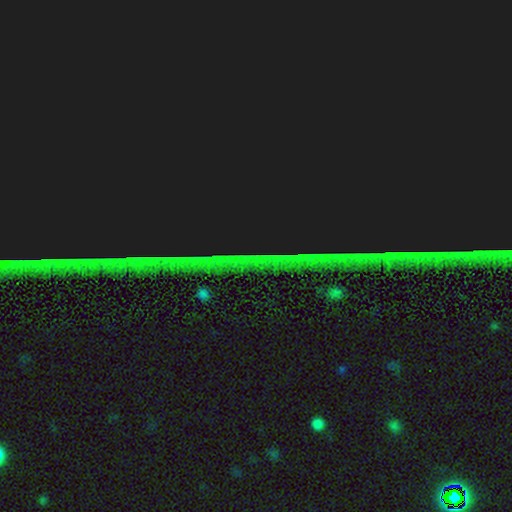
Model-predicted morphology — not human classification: star or artifact 83%, smooth 8%, featured or disk 8%.